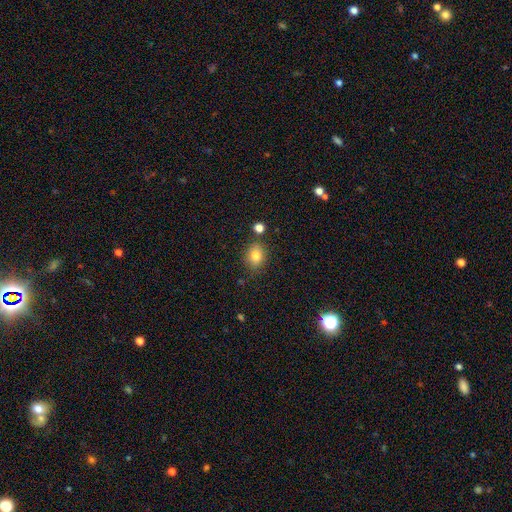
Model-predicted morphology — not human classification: Overall: smooth (81%). How rounded: round (56%; in between 43%). Merging: none (79%).